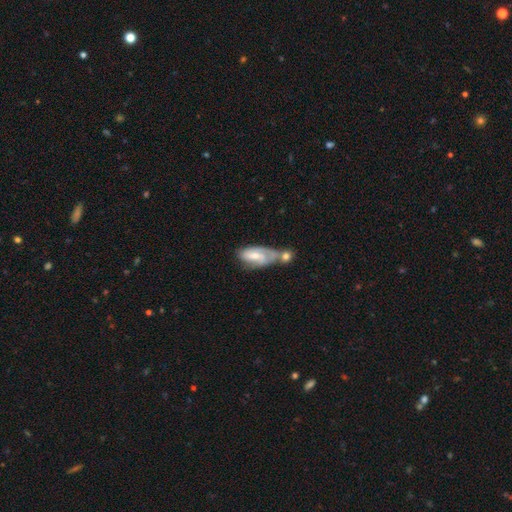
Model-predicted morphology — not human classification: This is possibly a featured or disk galaxy (57%). It is clearly not viewed edge-on (92%). Bar: possibly no (45%). Spiral arm pattern: clearly yes (80%). Central bulge: possibly moderate (49%). Merging: possibly merger (49%).